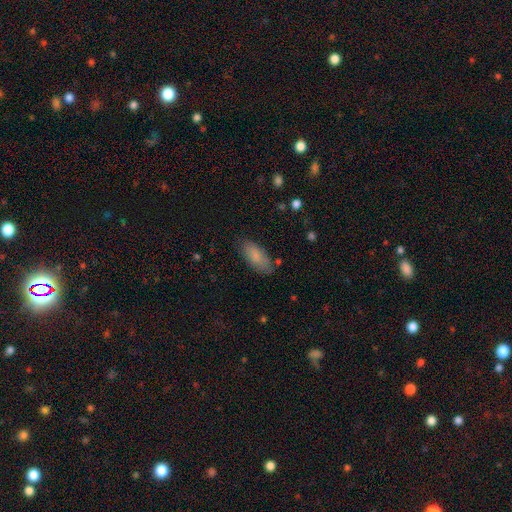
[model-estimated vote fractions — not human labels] A smooth galaxy with no disk features (82%) that is in between round and cigar-shaped (87%). Merging: none (77%).